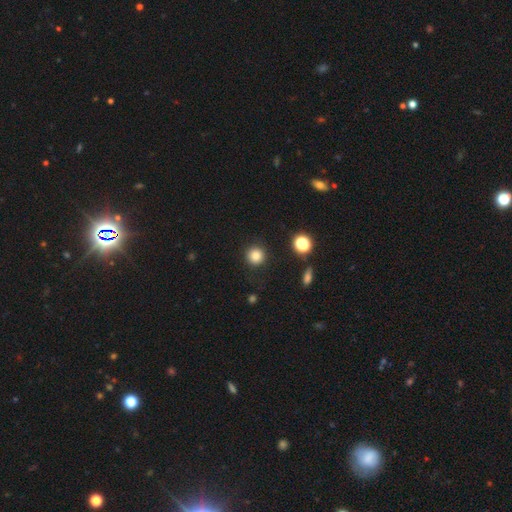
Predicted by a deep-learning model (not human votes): A smooth galaxy with no disk features (82%) that is round (94%). Merging: none (90%).